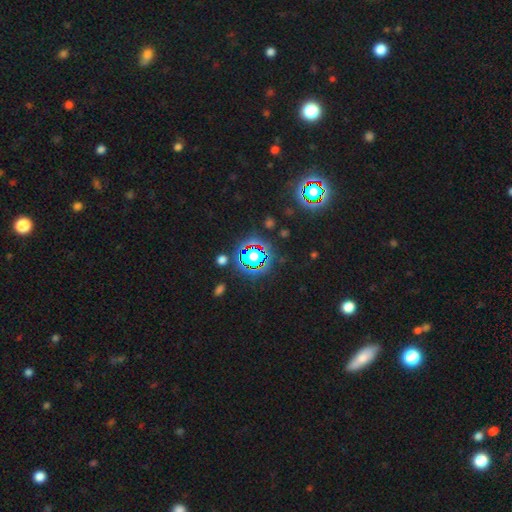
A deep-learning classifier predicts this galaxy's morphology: Overall: star or artifact (82%).